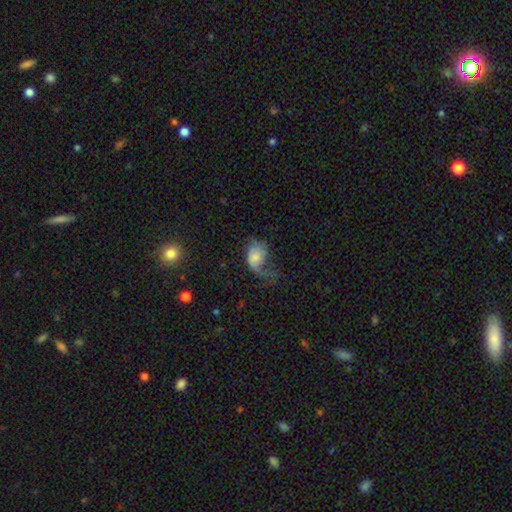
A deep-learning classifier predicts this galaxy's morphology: Q: Smooth or featured?
A: smooth (51%); runner-up: featured or disk (41%)
Q: How rounded?
A: in between (77%); runner-up: round (21%)
Q: Merging?
A: major disturbance (54%); runner-up: none (22%)